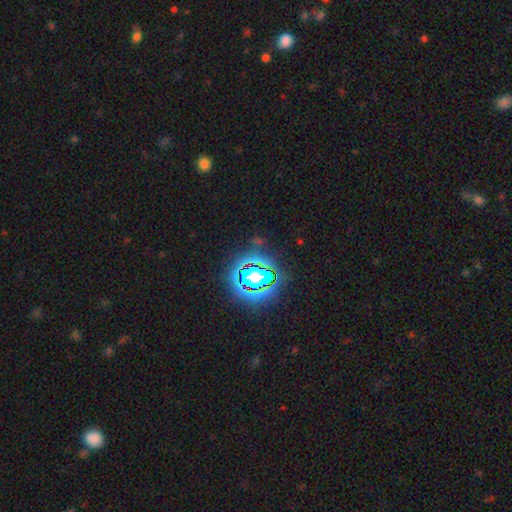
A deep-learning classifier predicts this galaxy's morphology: Smooth or featured?
  - star or artifact: 79% *
  - smooth: 13%
  - featured or disk: 8%